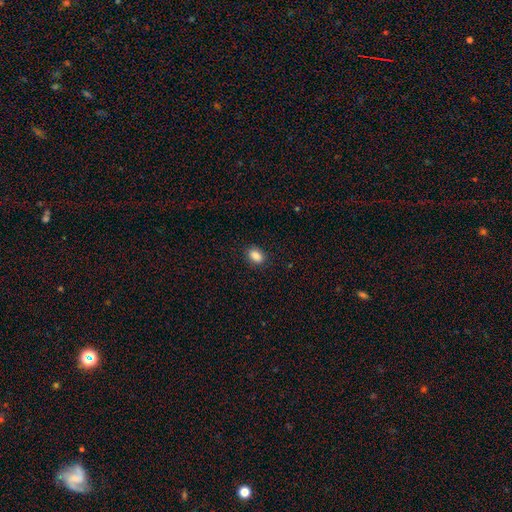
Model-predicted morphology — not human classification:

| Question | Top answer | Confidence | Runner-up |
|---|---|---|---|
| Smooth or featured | smooth | 88% | star or artifact (9%) |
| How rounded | in between | 79% | round (20%) |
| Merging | none | 87% | minor disturbance (10%) |